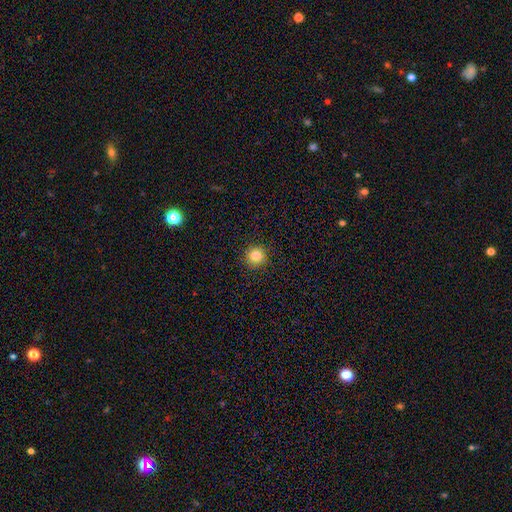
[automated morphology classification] A smooth galaxy with no disk features (84%) that is round (94%). Merging: none (92%).